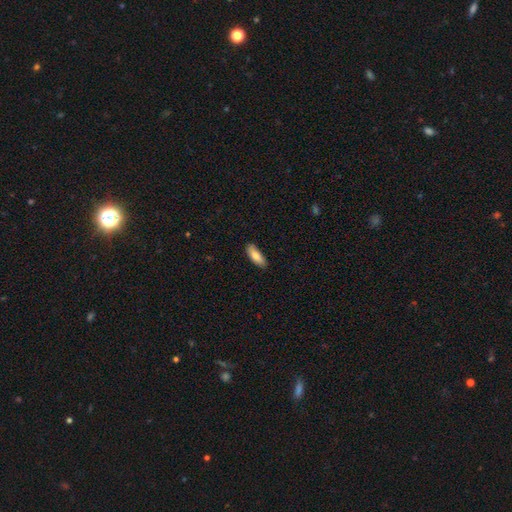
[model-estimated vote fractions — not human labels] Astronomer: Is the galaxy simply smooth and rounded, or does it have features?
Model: smooth — 83%.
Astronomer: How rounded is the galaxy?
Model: in between — 69%.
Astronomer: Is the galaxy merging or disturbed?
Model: none — 86%.